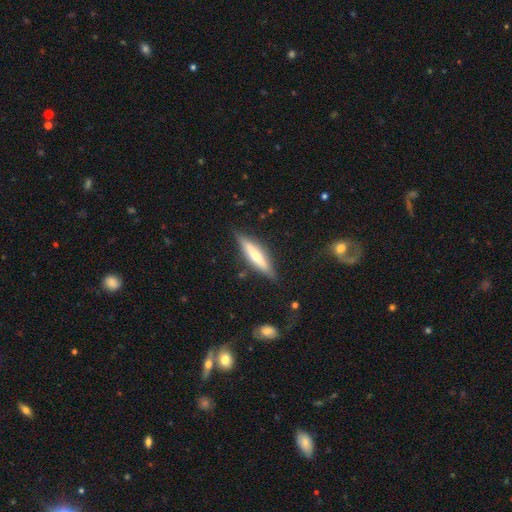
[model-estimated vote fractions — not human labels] This appears to be a smooth galaxy with no disk features (48%). Merging: none (83%).